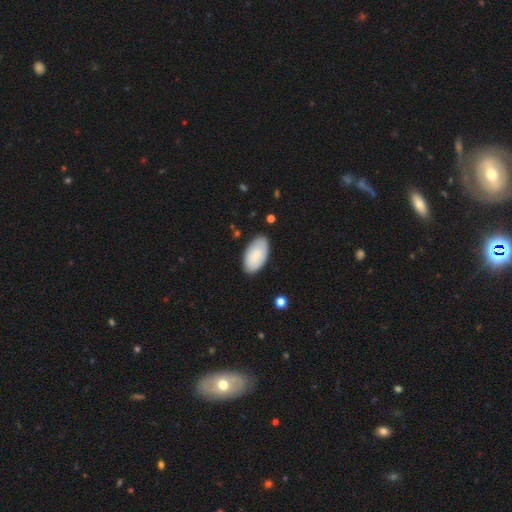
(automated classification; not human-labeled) This appears to be a smooth galaxy with no disk features (83%) that is in between round and cigar-shaped (96%). Merging: none (83%).